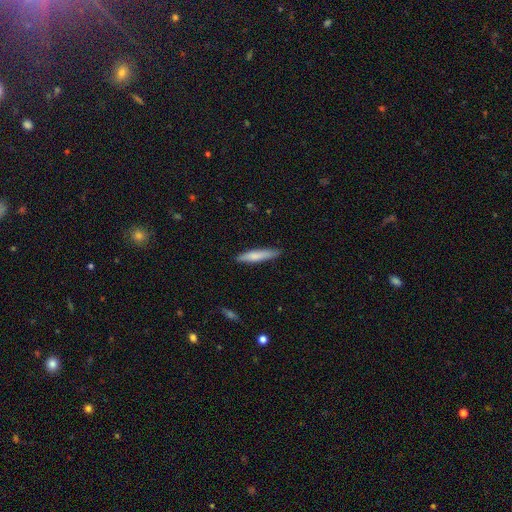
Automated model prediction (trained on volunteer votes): Overall: smooth (74%). How rounded: cigar-shaped (89%). Merging: none (86%).